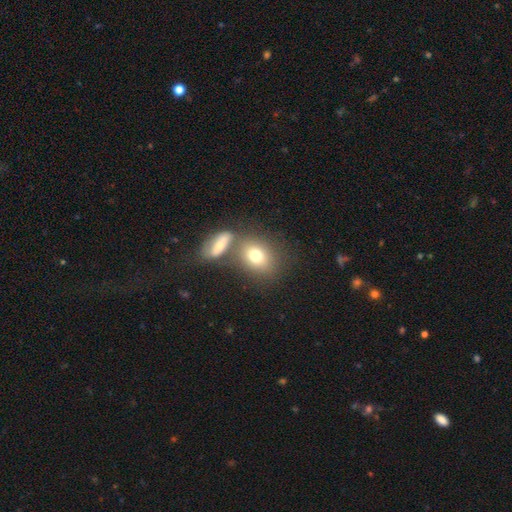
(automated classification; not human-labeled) This appears to be a smooth galaxy with no disk features (74%) that is in between round and cigar-shaped (57%). Merging: none (53%).